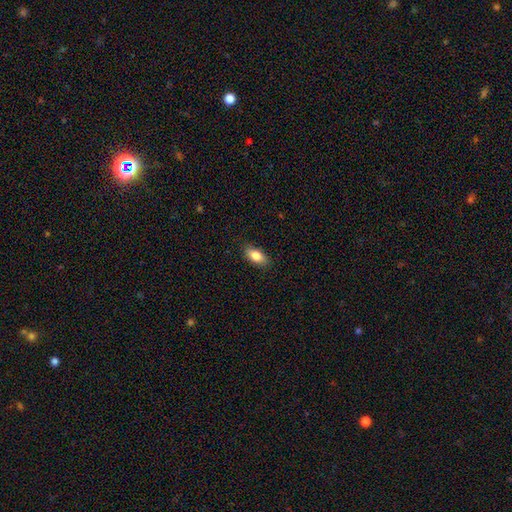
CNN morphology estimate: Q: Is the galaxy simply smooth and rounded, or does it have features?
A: smooth — 83%.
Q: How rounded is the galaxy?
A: in between — 87%.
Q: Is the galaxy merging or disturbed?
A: none — 86%.